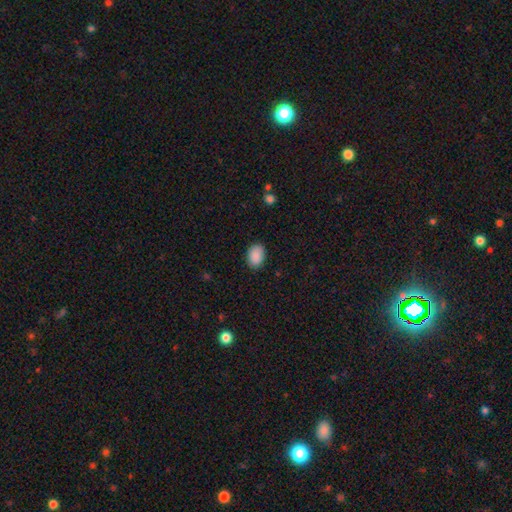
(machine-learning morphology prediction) This is clearly a smooth galaxy (90%). How rounded: clearly in between (81%). Merging: clearly none (86%).